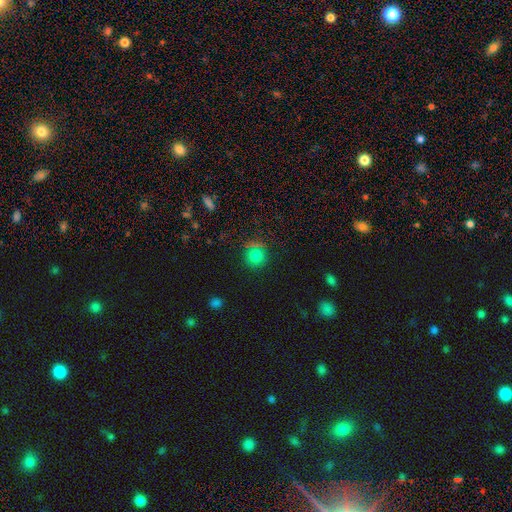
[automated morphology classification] A smooth galaxy with no disk features (75%) that is round (92%). Merging: none (81%).